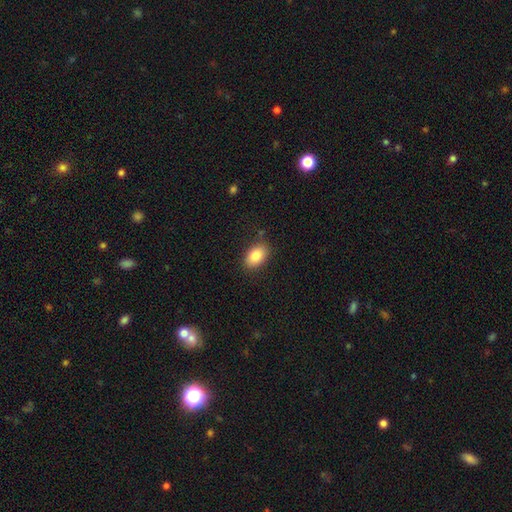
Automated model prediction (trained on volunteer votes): Morphology: type=smooth (85%); roundness=in between (89%); merging=none (83%).